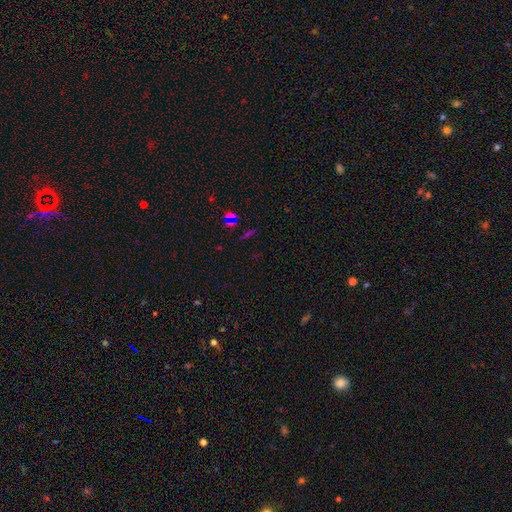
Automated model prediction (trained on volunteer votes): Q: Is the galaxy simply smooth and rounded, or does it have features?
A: star or artifact — 60%.